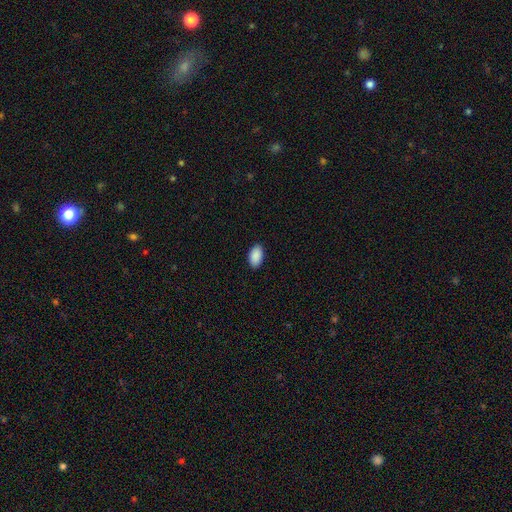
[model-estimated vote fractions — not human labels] Q: Smooth or featured?
A: smooth (91%); runner-up: star or artifact (7%)
Q: How rounded?
A: in between (95%); runner-up: round (3%)
Q: Merging?
A: none (90%); runner-up: minor disturbance (8%)